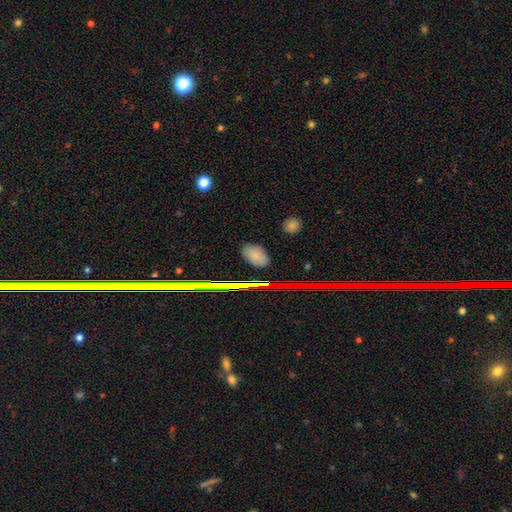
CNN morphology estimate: smooth 77%, star or artifact 15%, featured or disk 8%. Down the decision tree: how rounded — in between (88%); merging — none (83%).